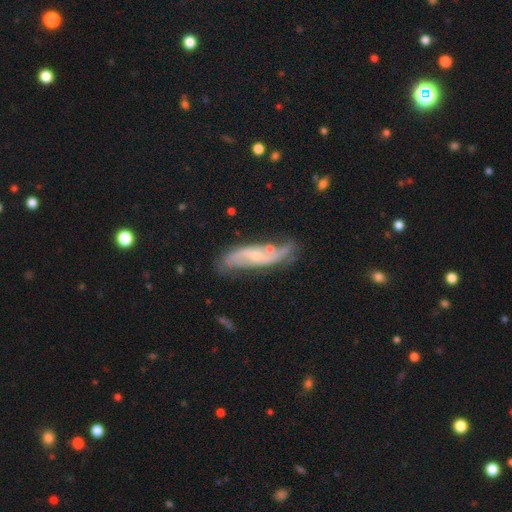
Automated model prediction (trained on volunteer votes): This is likely a featured or disk galaxy (78%). It is clearly not viewed edge-on (81%). Bar: possibly no (52%). Spiral arm pattern: clearly yes (91%). Spiral arm count: likely 2 (77%). Spiral winding: possibly loose (46%). Central bulge: likely small (69%). Merging: likely none (63%).